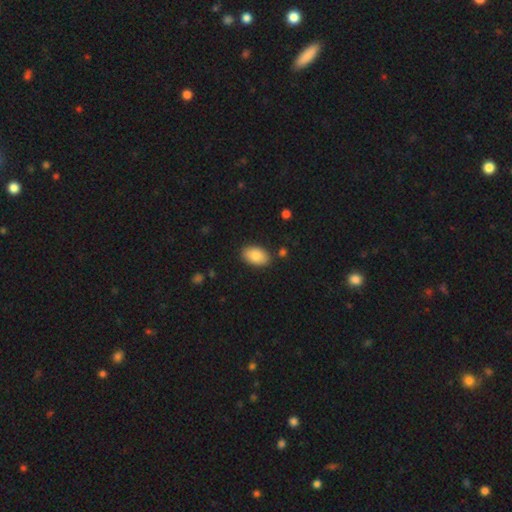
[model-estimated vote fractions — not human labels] A smooth galaxy with no disk features (85%) that is in between round and cigar-shaped (93%). Merging: none (86%).